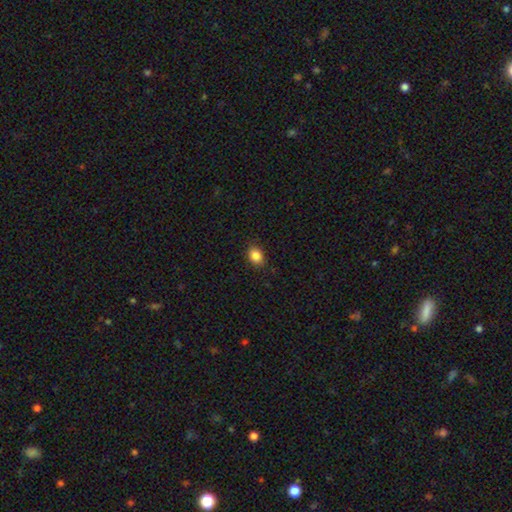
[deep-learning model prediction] This appears to be a smooth galaxy with no disk features (86%) that is in between round and cigar-shaped (65%). Merging: none (87%).